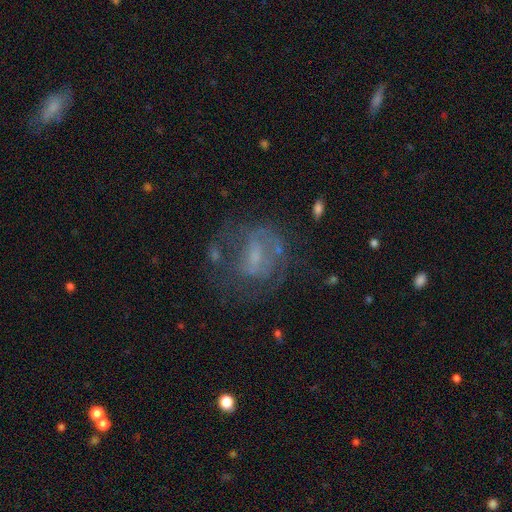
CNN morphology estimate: smooth_or_featured: featured or disk (p=0.60) [alt: smooth p=0.26]
disk_edge_on: no (p=0.96) [alt: yes p=0.04]
bar: no (p=0.45) [alt: weak p=0.42]
has_spiral_arms: yes (p=0.57) [alt: no p=0.43]
bulge_size: small (p=0.44) [alt: none p=0.28]
merging: none (p=0.52) [alt: major disturbance p=0.24]